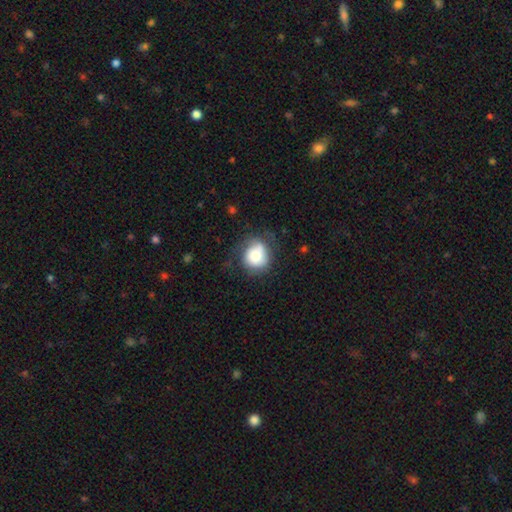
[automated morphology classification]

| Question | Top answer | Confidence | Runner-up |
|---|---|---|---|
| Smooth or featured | smooth | 66% | featured or disk (25%) |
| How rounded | round | 77% | in between (22%) |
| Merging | none | 55% | minor disturbance (27%) |